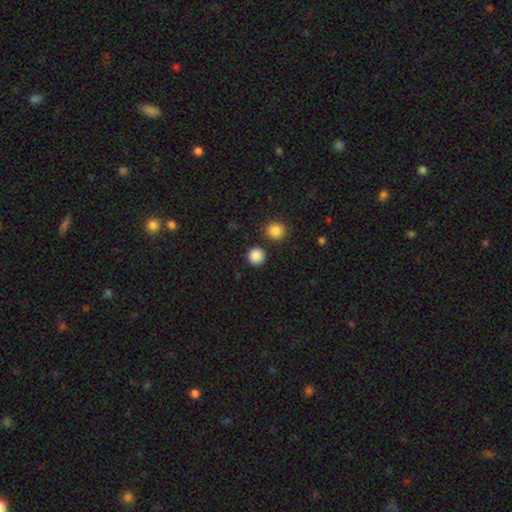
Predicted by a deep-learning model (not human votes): A smooth galaxy with no disk features (87%) that is round (94%). Merging: none (87%).